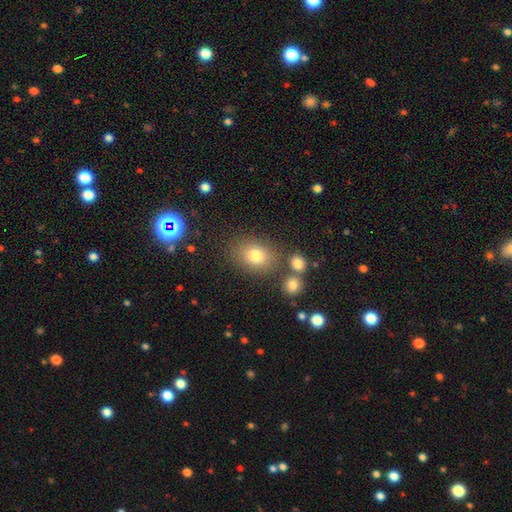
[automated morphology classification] A smooth galaxy with no disk features (78%) that is in between round and cigar-shaped (61%). Merging: none (74%).